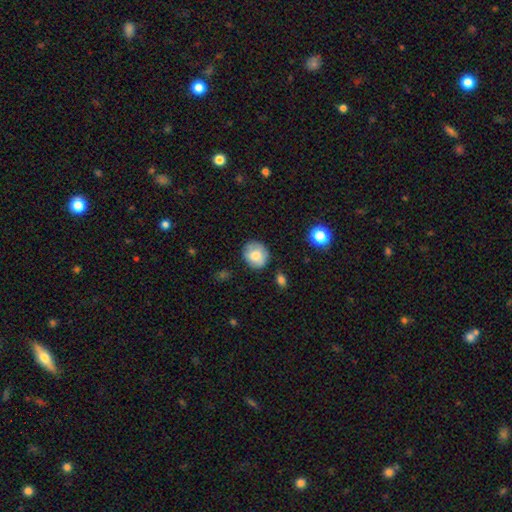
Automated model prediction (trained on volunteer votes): smooth_or_featured: smooth (p=0.77) [alt: featured or disk p=0.15]
how_rounded: round (p=0.76) [alt: in between p=0.23]
merging: none (p=0.78) [alt: minor disturbance p=0.16]